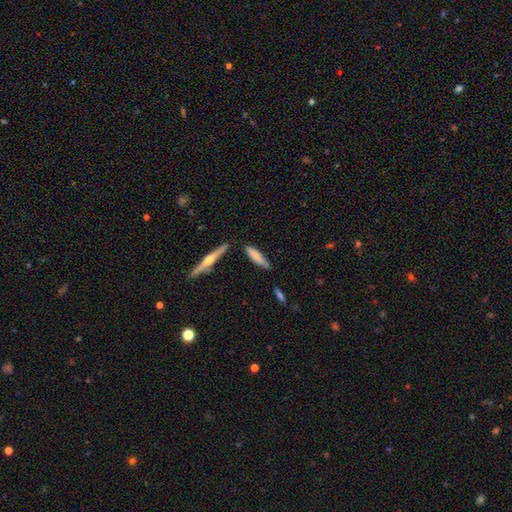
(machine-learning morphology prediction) smooth_or_featured: smooth (p=0.71) [alt: featured or disk p=0.22]
how_rounded: cigar-shaped (p=0.78) [alt: in between p=0.21]
merging: none (p=0.71) [alt: minor disturbance p=0.18]